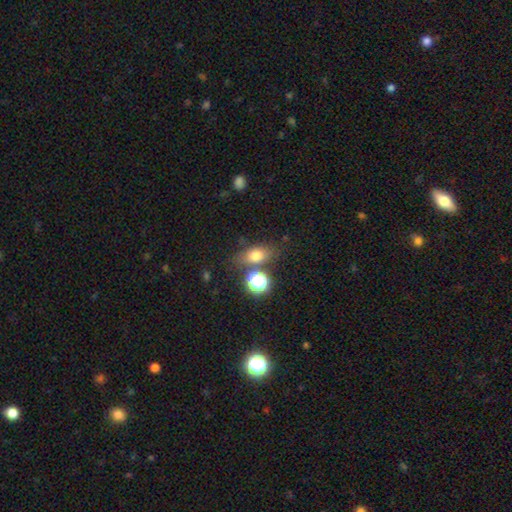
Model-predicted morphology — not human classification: A smooth galaxy with no disk features (71%) that is in between round and cigar-shaped (65%). Merging: none (68%).